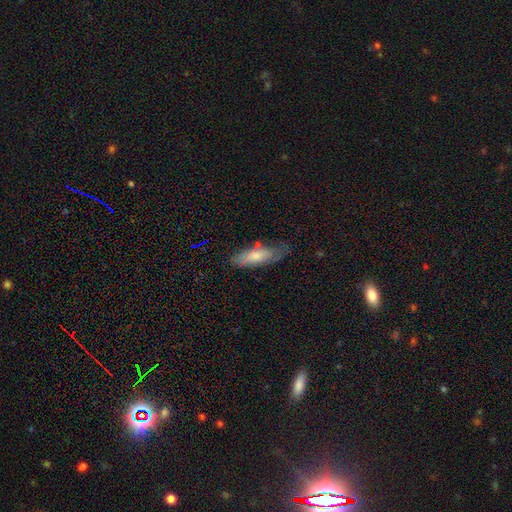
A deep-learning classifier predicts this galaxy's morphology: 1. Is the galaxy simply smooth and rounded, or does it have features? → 68% smooth, 25% featured or disk, 7% star or artifact.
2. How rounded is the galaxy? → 59% in between, 39% cigar-shaped, 2% round.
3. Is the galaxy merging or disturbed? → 59% none, 29% minor disturbance, 8% major disturbance, 3% merger.